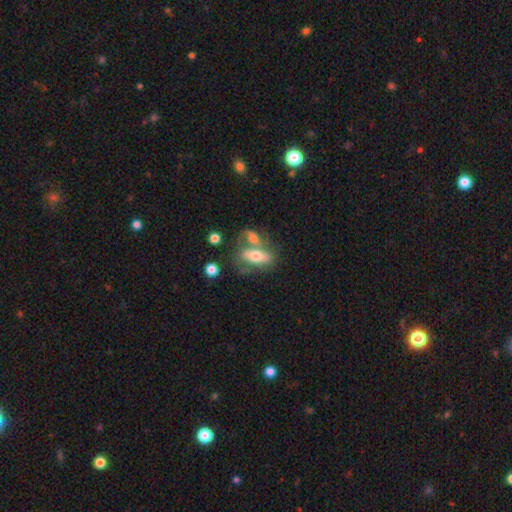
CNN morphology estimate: A smooth galaxy with no disk features (54%) that is in between round and cigar-shaped (79%).

Vote fractions:
- Smooth or featured? smooth: 54% / featured or disk: 38% / star or artifact: 8%
- How rounded? in between: 79% / cigar-shaped: 15% / round: 6%
- Merging? merger: 44% / none: 34% / minor disturbance: 13% / major disturbance: 10%